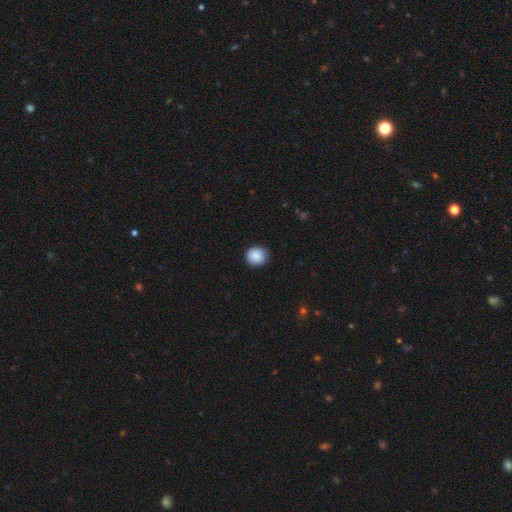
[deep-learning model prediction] Smooth or featured: smooth — 89% (star or artifact — 8%)
How rounded: round — 87% (in between — 12%)
Merging: none — 89% (minor disturbance — 8%)